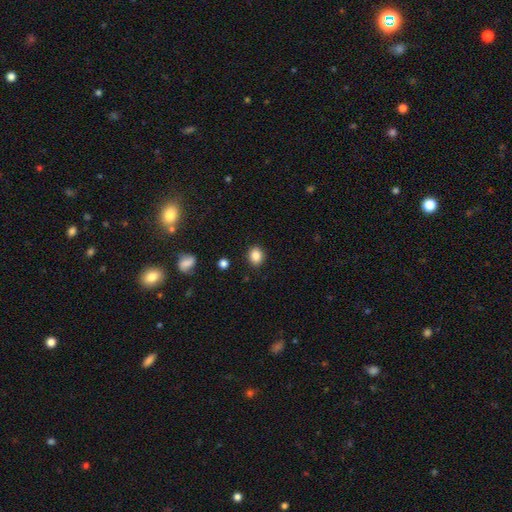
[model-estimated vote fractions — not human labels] smooth_or_featured: smooth (p=0.86) [alt: star or artifact p=0.10]
how_rounded: round (p=0.56) [alt: in between p=0.43]
merging: none (p=0.88) [alt: minor disturbance p=0.08]